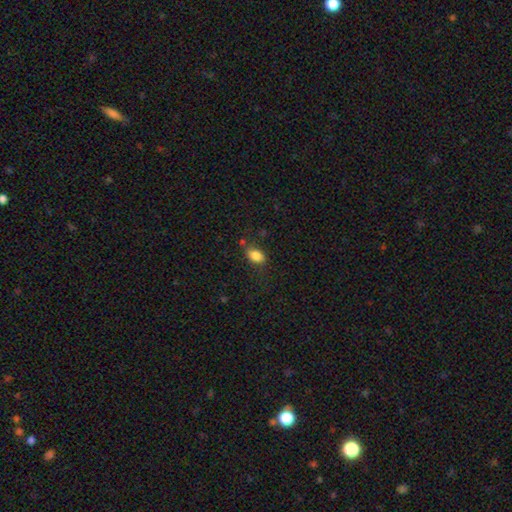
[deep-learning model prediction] Smooth or featured? smooth (85%)
How rounded? in between (84%)
Merging? none (73%)